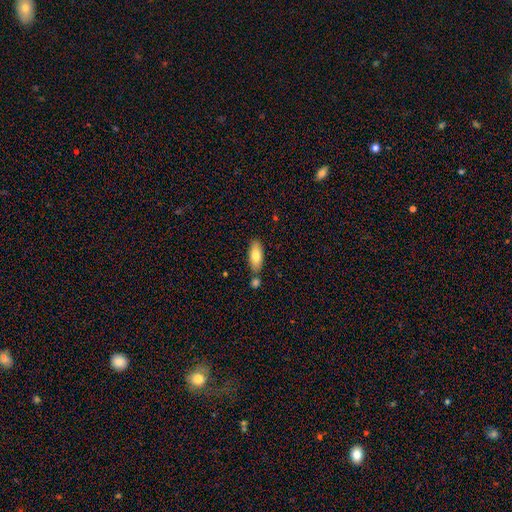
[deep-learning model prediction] Smooth or featured?
  - smooth: 78% *
  - featured or disk: 16%
  - star or artifact: 6%
How rounded?
  - in between: 82% *
  - cigar-shaped: 16%
  - round: 2%
Merging?
  - none: 72% *
  - merger: 13%
  - minor disturbance: 12%
  - major disturbance: 2%